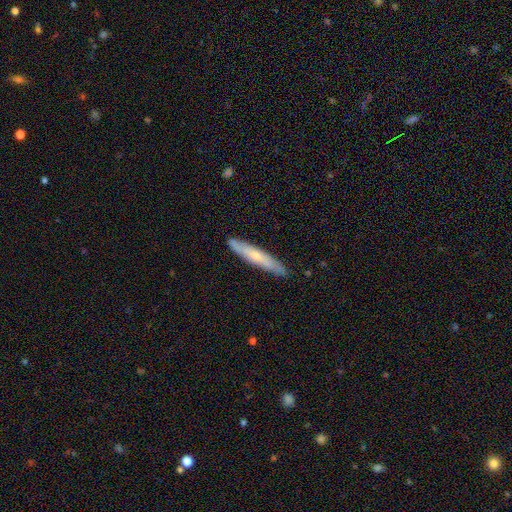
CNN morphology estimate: Smooth or featured? Predicted: smooth (p=0.49). Merging? Predicted: none (p=0.87).